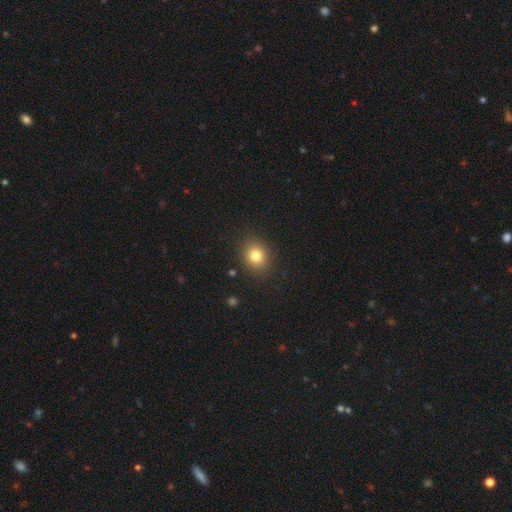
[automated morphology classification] Smooth or featured? Predicted: smooth (p=0.80). How rounded? Predicted: round (p=0.64). Merging? Predicted: none (p=0.88).